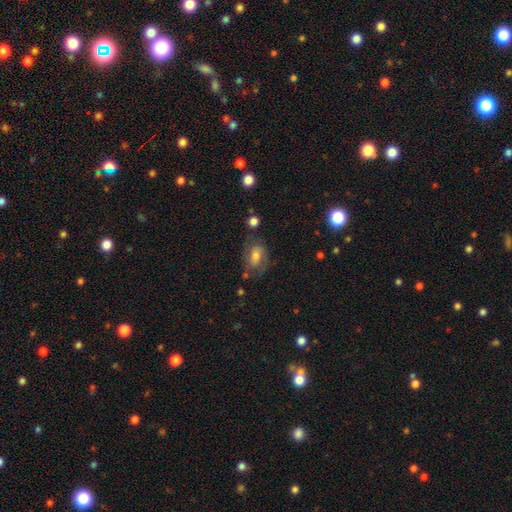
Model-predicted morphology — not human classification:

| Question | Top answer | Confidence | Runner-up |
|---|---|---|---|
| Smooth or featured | featured or disk | 53% | smooth (38%) |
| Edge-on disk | no | 95% | yes (5%) |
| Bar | no | 45% | weak (40%) |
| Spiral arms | yes | 80% | no (20%) |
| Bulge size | moderate | 55% | small (27%) |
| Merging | none | 62% | minor disturbance (21%) |